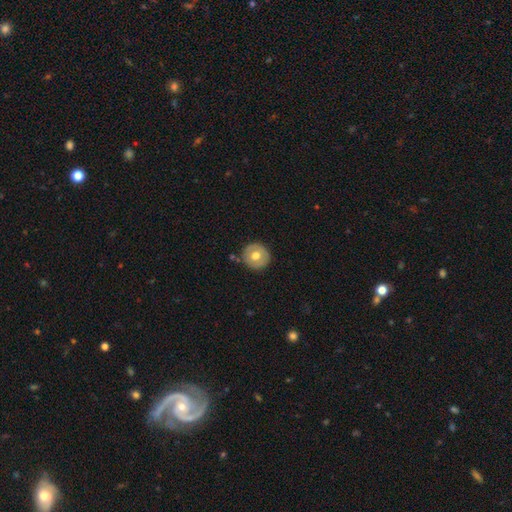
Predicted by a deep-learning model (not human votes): The model was most divided on "smooth or featured": smooth: 60%, featured or disk: 34%, star or artifact: 7%. More confident: how rounded — round (94%); merging — none (87%).